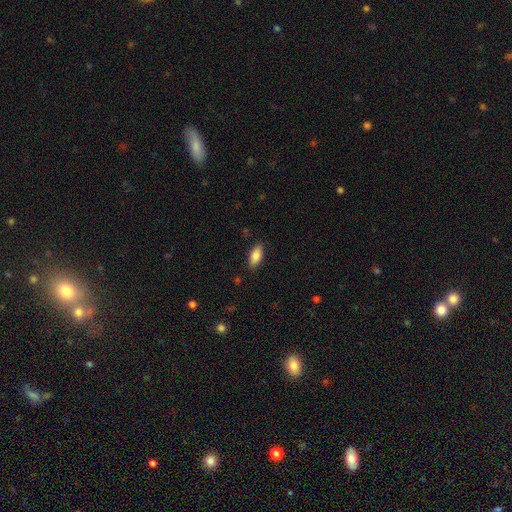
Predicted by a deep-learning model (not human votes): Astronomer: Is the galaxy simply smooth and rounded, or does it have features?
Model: smooth — 86%.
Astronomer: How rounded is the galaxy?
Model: in between — 89%.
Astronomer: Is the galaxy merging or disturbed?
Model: none — 86%.